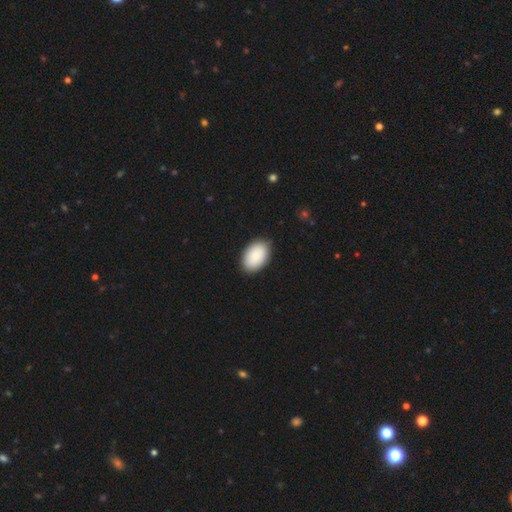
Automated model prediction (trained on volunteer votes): Smooth or featured: smooth — 89% (featured or disk — 6%)
How rounded: in between — 92% (round — 7%)
Merging: none — 87% (minor disturbance — 10%)